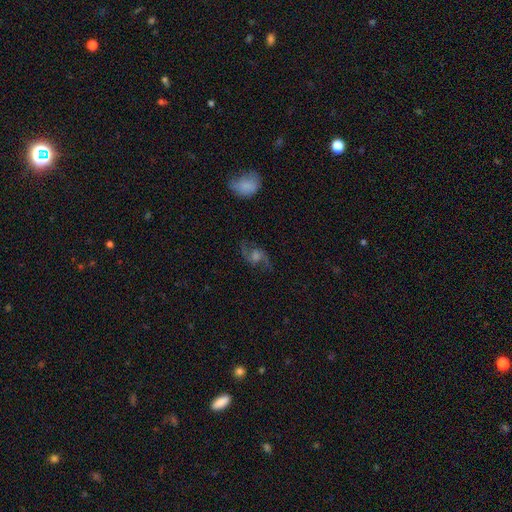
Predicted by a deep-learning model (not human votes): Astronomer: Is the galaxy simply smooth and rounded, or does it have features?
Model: featured or disk — 78%.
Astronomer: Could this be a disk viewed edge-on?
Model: no — 96%.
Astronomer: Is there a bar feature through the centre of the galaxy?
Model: no — 54% (runner-up: weak, 37%).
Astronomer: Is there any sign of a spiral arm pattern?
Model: yes — 95%.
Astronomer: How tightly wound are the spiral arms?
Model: loose — 61%.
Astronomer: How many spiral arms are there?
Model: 2 — 93%.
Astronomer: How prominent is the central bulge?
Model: moderate — 45% (runner-up: small, 24%).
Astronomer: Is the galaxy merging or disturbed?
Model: none — 76%.